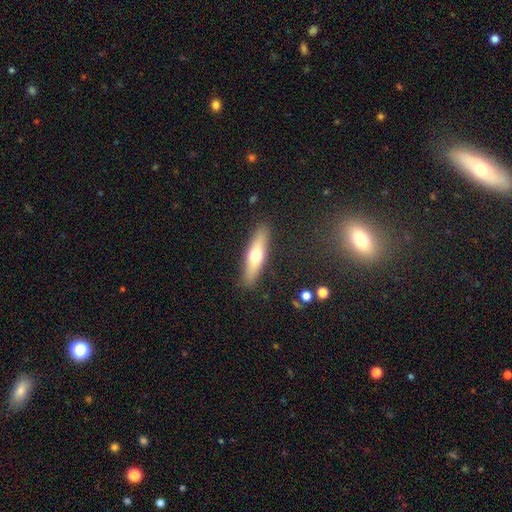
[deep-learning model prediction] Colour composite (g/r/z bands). It shows a smooth galaxy with no disk features (56%) that is cigar-shaped (70%). Merging: none (88%).